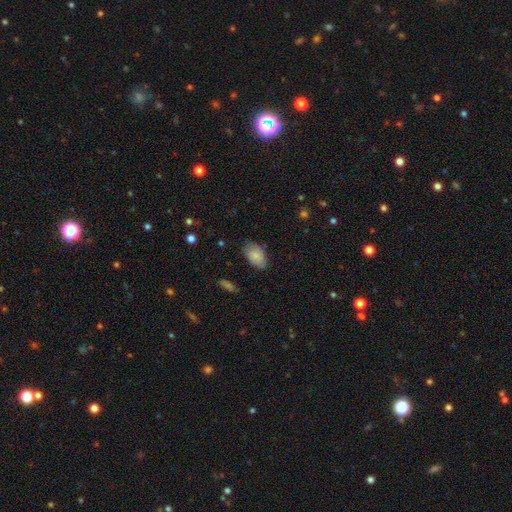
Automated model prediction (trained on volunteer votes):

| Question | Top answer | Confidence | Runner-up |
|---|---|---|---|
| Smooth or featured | smooth | 73% | featured or disk (20%) |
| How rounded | in between | 92% | round (6%) |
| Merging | none | 71% | minor disturbance (23%) |